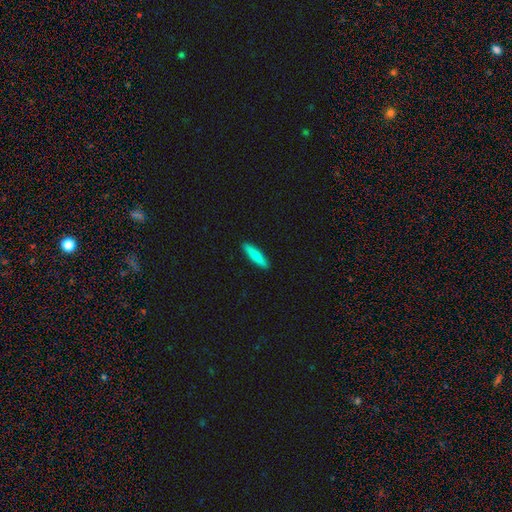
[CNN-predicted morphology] Smooth or featured? Predicted: smooth (p=0.81). How rounded? Predicted: cigar-shaped (p=0.85). Merging? Predicted: none (p=0.91).